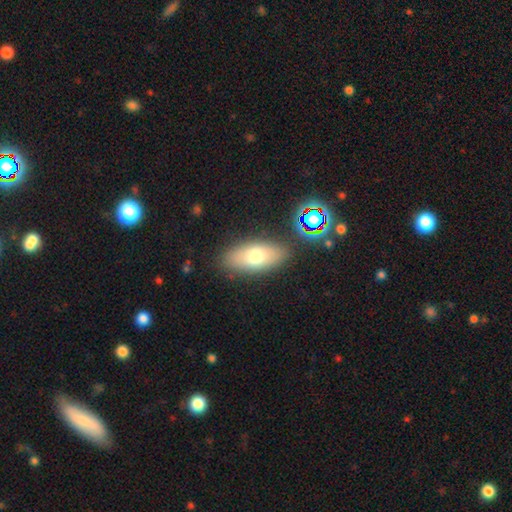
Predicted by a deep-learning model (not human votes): Q: Smooth or featured?
A: smooth (70%); runner-up: featured or disk (20%)
Q: How rounded?
A: in between (85%); runner-up: cigar-shaped (10%)
Q: Merging?
A: none (82%); runner-up: minor disturbance (11%)